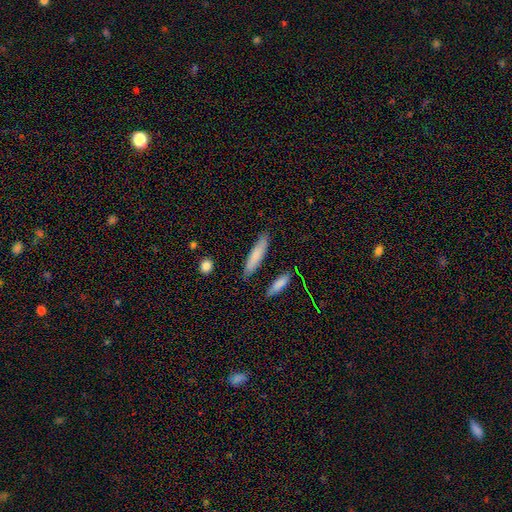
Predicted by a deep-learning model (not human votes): Smooth or featured: smooth — 79% (featured or disk — 14%)
How rounded: cigar-shaped — 82% (in between — 17%)
Merging: none — 85% (minor disturbance — 10%)